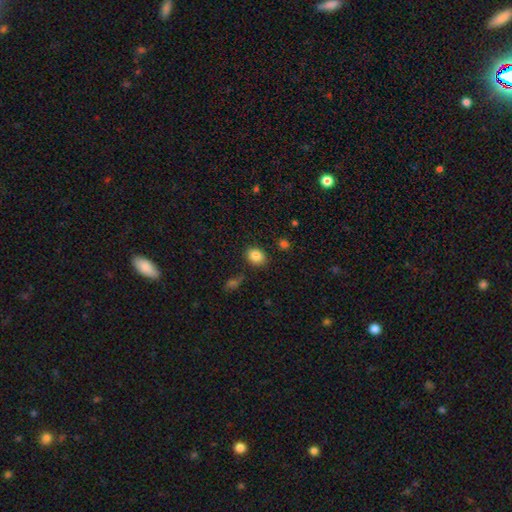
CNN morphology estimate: smooth-or-featured: smooth: 85% | star or artifact: 9% | featured or disk: 6%
  how-rounded: in between: 59% | round: 40% | cigar-shaped: 1%
  merging: none: 83% | minor disturbance: 11% | major disturbance: 3% | merger: 3%